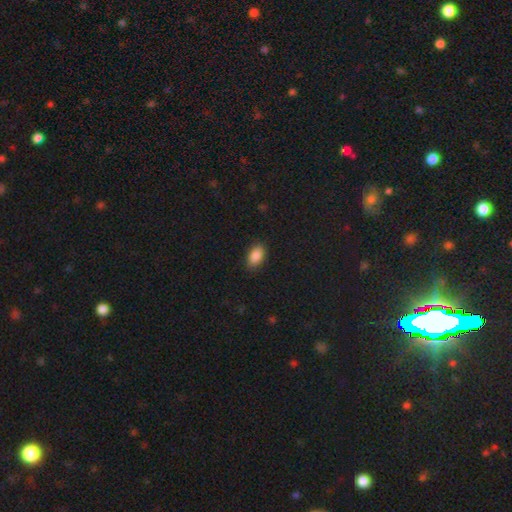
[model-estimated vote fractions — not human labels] Smooth or featured: smooth — 88% (star or artifact — 8%)
How rounded: in between — 91% (round — 6%)
Merging: none — 87% (minor disturbance — 10%)